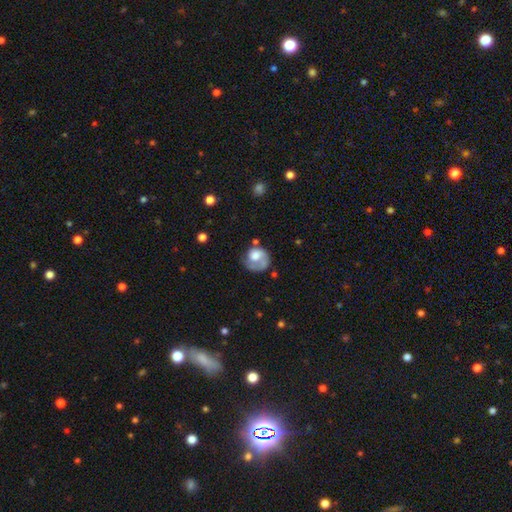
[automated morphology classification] The model was most divided on "merging": none: 41%, major disturbance: 30%, minor disturbance: 24%, merger: 5%. More confident: how rounded — round (74%); smooth or featured — smooth (54%).